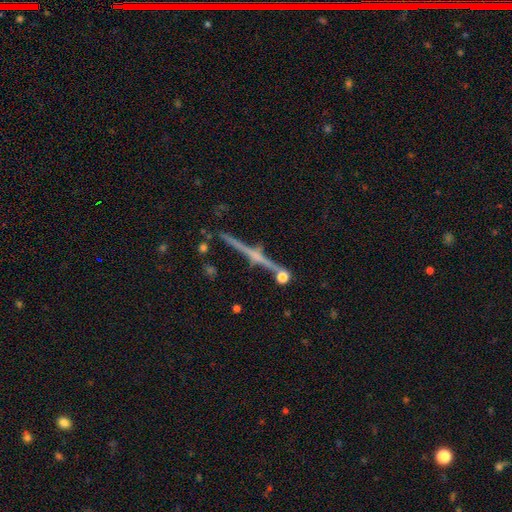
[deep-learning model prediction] This appears to be a featured or disk galaxy (78%) viewed edge-on (96%) with a rounded central bulge (71%). Merging: none (79%).